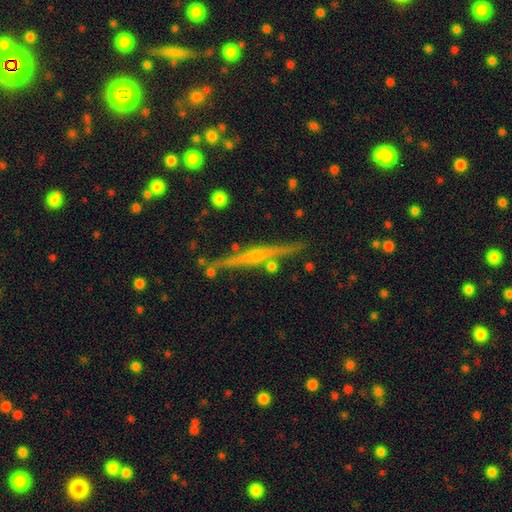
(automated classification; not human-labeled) Smooth or featured: featured or disk — 75% (smooth — 16%)
Edge-on disk: yes — 97% (no — 3%)
Edge-on bulge: rounded — 63% (none — 25%)
Merging: none — 84% (minor disturbance — 10%)